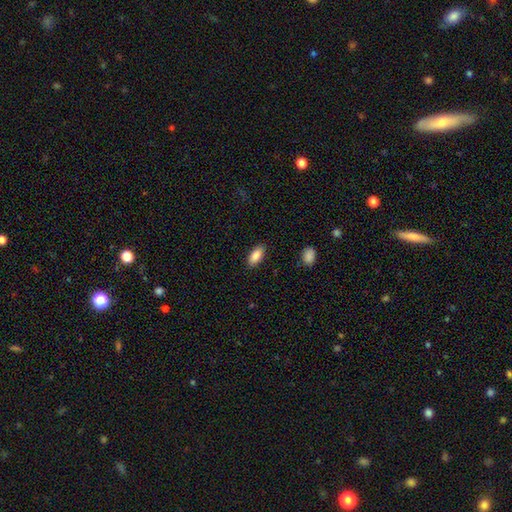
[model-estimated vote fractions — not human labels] A smooth galaxy with no disk features (87%) that is in between round and cigar-shaped (87%).

Vote fractions:
- Smooth or featured? smooth: 87% / star or artifact: 7% / featured or disk: 6%
- How rounded? in between: 87% / cigar-shaped: 11% / round: 2%
- Merging? none: 87% / minor disturbance: 9% / major disturbance: 2% / merger: 1%